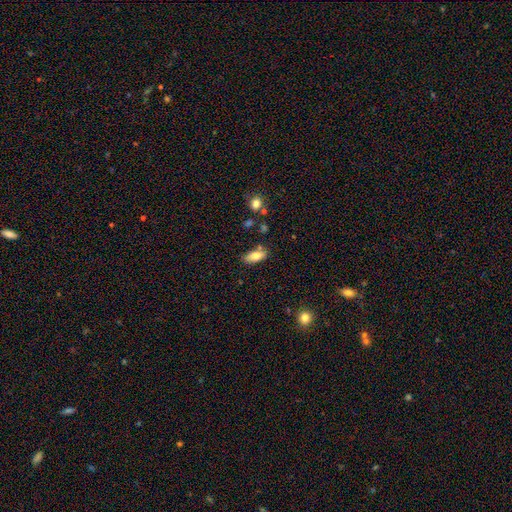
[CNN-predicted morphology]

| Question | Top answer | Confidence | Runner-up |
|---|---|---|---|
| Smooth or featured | smooth | 80% | featured or disk (13%) |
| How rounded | in between | 85% | cigar-shaped (13%) |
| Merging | none | 75% | minor disturbance (15%) |